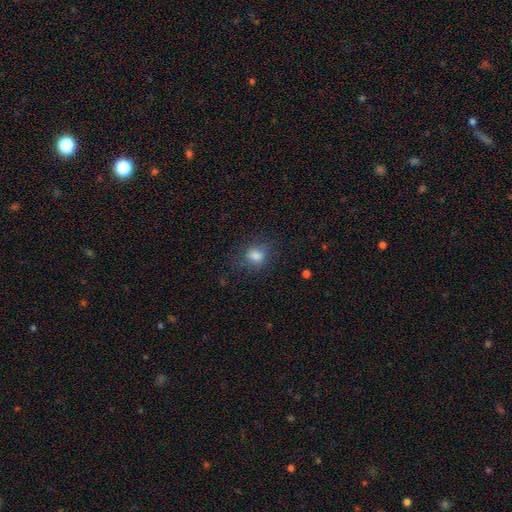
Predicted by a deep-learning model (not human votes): smooth 79%, star or artifact 12%, featured or disk 9%. Down the decision tree: how rounded — round (57%); merging — none (72%).